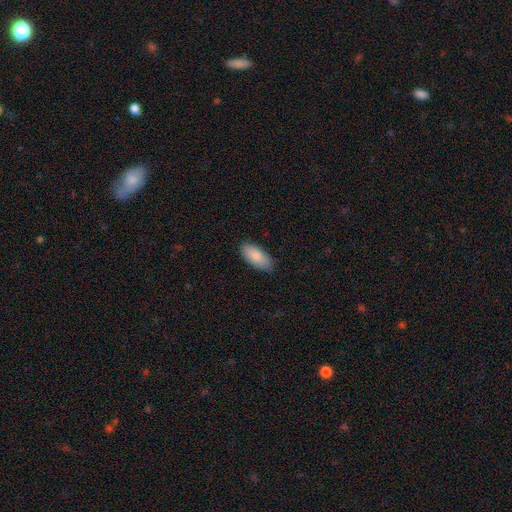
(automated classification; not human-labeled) Smooth or featured? smooth (87%)
How rounded? in between (91%)
Merging? none (86%)